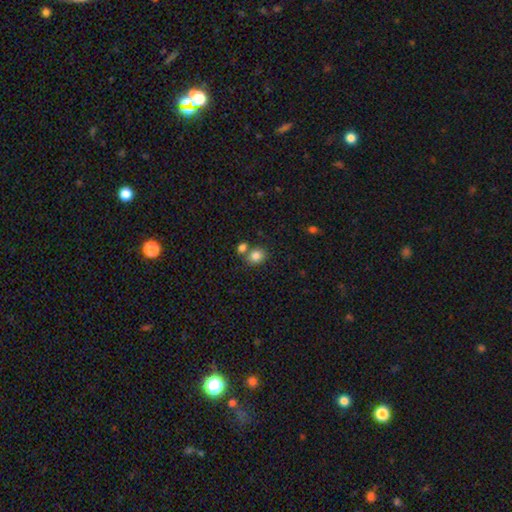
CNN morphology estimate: The model was most divided on "how rounded": round: 56%, in between: 43%, cigar-shaped: 1%. More confident: smooth or featured — smooth (84%); merging — none (58%).